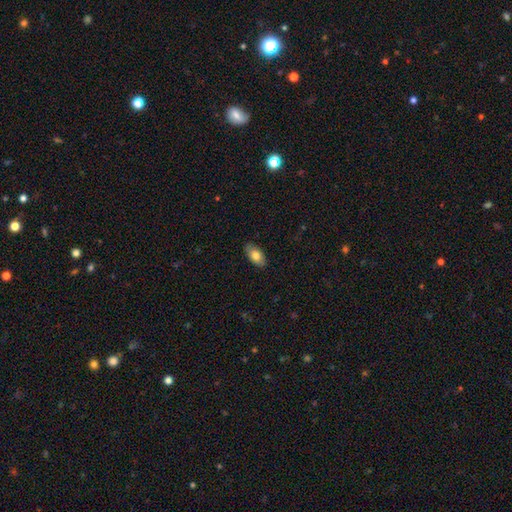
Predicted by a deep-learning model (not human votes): smooth 76%, featured or disk 17%, star or artifact 6%. Down the decision tree: how rounded — in between (93%); merging — none (86%).